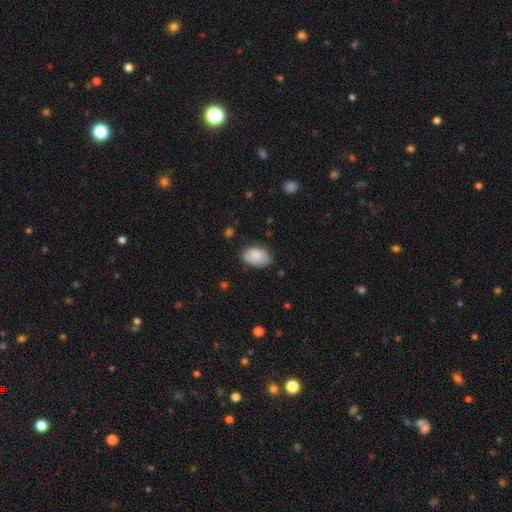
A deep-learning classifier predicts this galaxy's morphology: This appears to be a smooth galaxy with no disk features (85%) that is in between round and cigar-shaped (91%). Merging: none (71%).